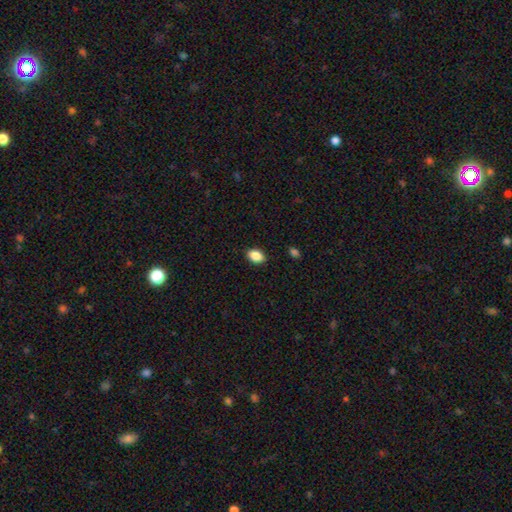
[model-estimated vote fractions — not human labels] Smooth or featured? Predicted: smooth (p=0.88). How rounded? Predicted: in between (p=0.81). Merging? Predicted: none (p=0.88).